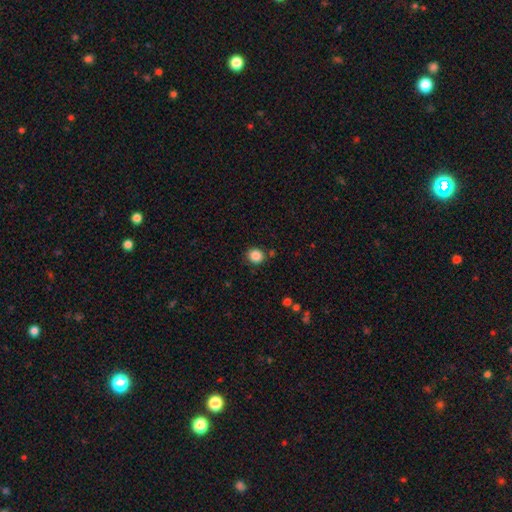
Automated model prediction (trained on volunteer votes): Smooth or featured? Predicted: smooth (p=0.87). How rounded? Predicted: round (p=0.84). Merging? Predicted: none (p=0.83).